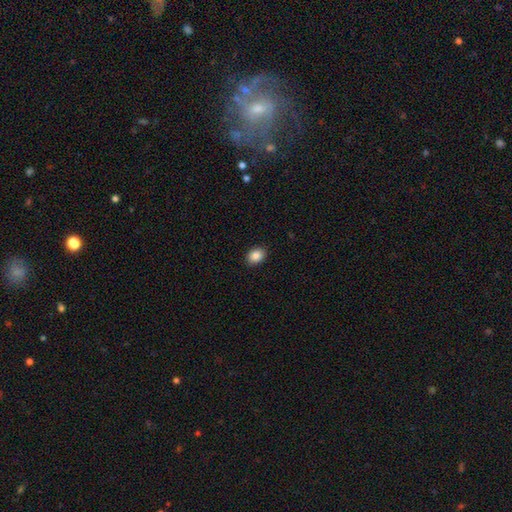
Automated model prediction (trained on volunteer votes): Smooth or featured? Predicted: smooth (p=0.88). How rounded? Predicted: in between (p=0.65). Merging? Predicted: none (p=0.90).